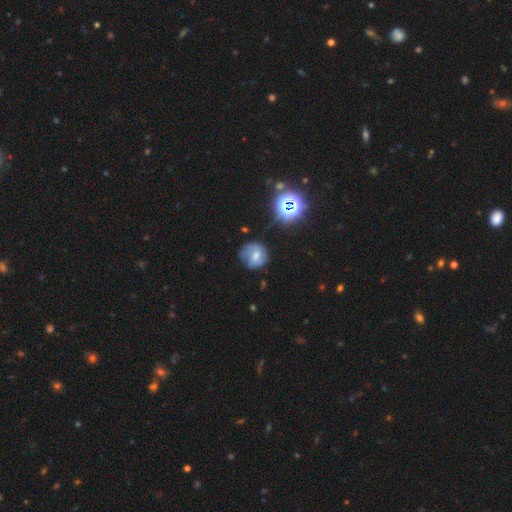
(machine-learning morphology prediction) Smooth or featured? Predicted: smooth (p=0.49). Merging? Predicted: none (p=0.60).